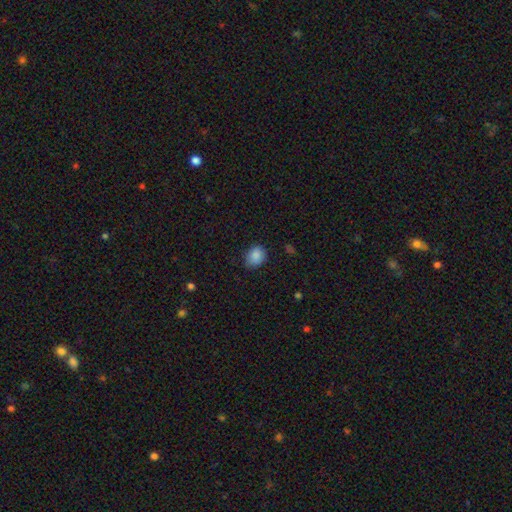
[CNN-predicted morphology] This appears to be a smooth galaxy with no disk features (87%) that is in between round and cigar-shaped (54%). Merging: none (71%).